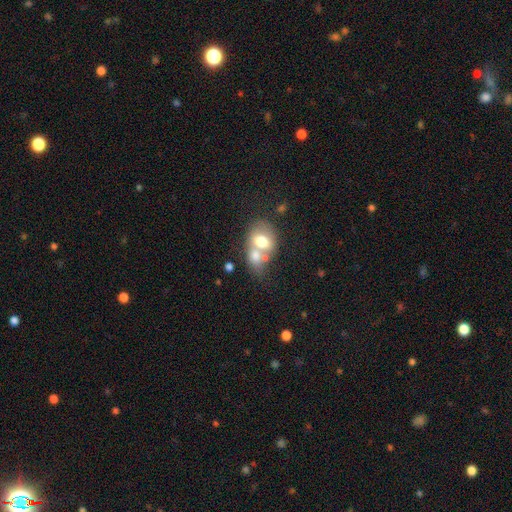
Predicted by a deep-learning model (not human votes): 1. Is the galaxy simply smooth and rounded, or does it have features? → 64% smooth, 28% featured or disk, 9% star or artifact.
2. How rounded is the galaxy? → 58% in between, 41% round, 1% cigar-shaped.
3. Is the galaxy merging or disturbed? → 62% merger, 22% none, 10% minor disturbance, 7% major disturbance.